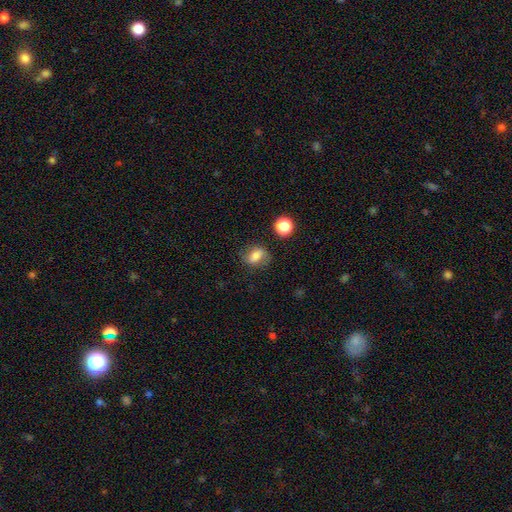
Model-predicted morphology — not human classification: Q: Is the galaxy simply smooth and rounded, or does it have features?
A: smooth — 63%.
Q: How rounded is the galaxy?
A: in between — 61%.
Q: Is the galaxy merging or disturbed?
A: none — 71%.